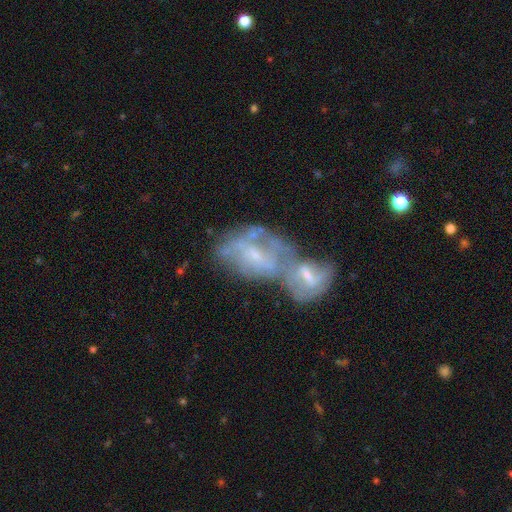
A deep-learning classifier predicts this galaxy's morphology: This appears to be a featured or disk galaxy (67%) with no bar (54%), spiral arms (65%) and a small central bulge (58%). Merging: merger (72%).